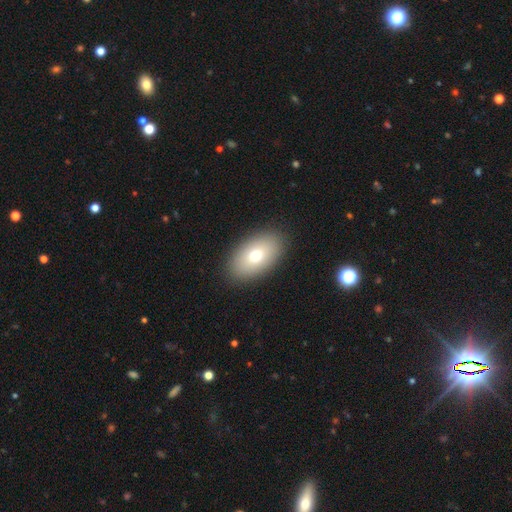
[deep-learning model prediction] Overall: smooth (71%). How rounded: in between (92%). Merging: none (89%).